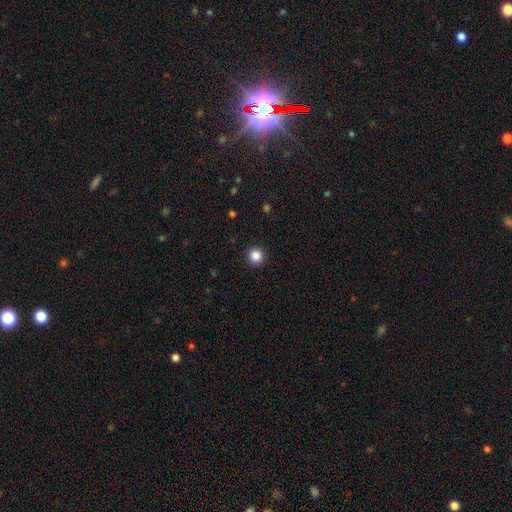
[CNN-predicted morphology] This appears to be a smooth galaxy with no disk features (85%) that is round (95%). Merging: none (93%).